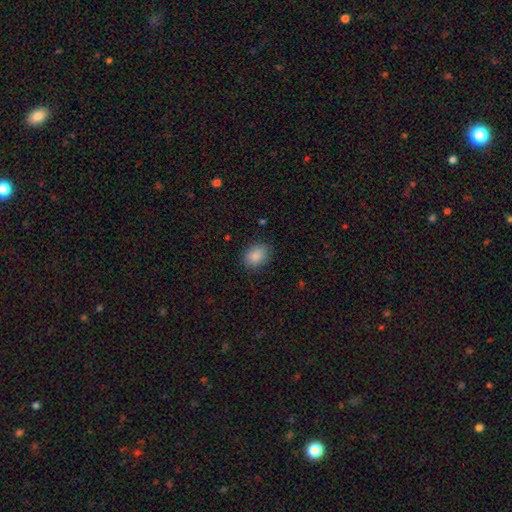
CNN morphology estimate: A smooth galaxy with no disk features (88%) that is in between round and cigar-shaped (68%).

Vote fractions:
- Smooth or featured? smooth: 88% / star or artifact: 8% / featured or disk: 4%
- How rounded? in between: 68% / round: 31% / cigar-shaped: 1%
- Merging? none: 85% / minor disturbance: 11% / major disturbance: 3% / merger: 1%